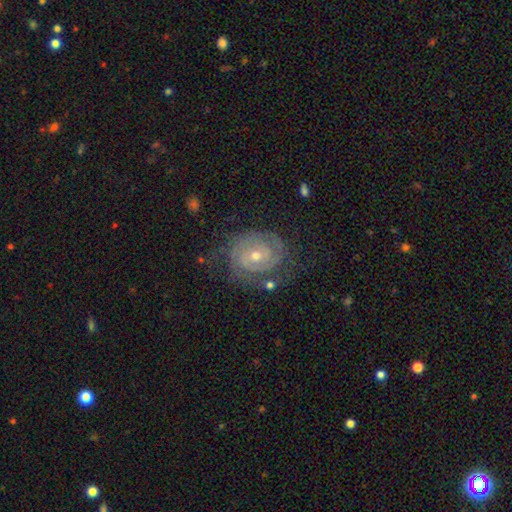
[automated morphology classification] The model was most divided on "bulge size": small: 52%, moderate: 45%, large: 1%, none: 1%, dominant: 1%. Remaining: edge-on disk — no (97%); spiral arms — yes (94%); smooth or featured — featured or disk (85%); spiral winding — tight (73%); merging — none (68%); bar — no (61%); spiral arm count — 2 (47%).